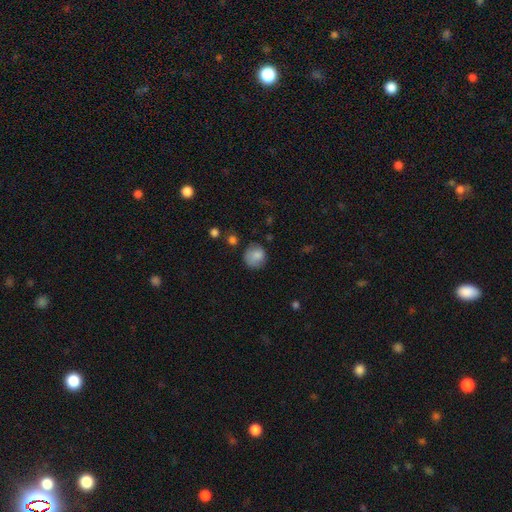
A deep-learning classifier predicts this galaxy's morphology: Q: Smooth or featured?
A: smooth (83%); runner-up: star or artifact (9%)
Q: How rounded?
A: round (83%); runner-up: in between (16%)
Q: Merging?
A: none (68%); runner-up: minor disturbance (22%)